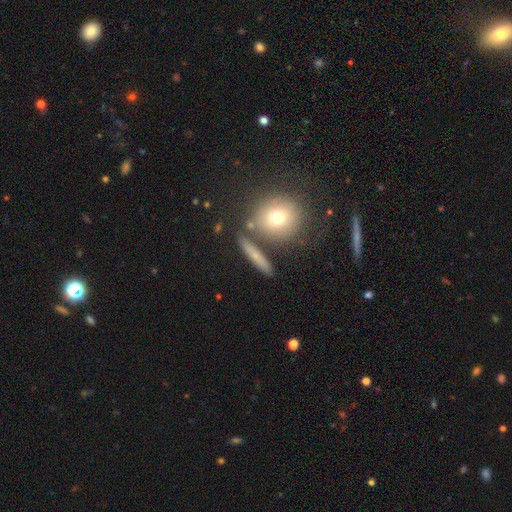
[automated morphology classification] This is possibly a smooth galaxy (58%). How rounded: likely cigar-shaped (66%). Merging: clearly none (81%).